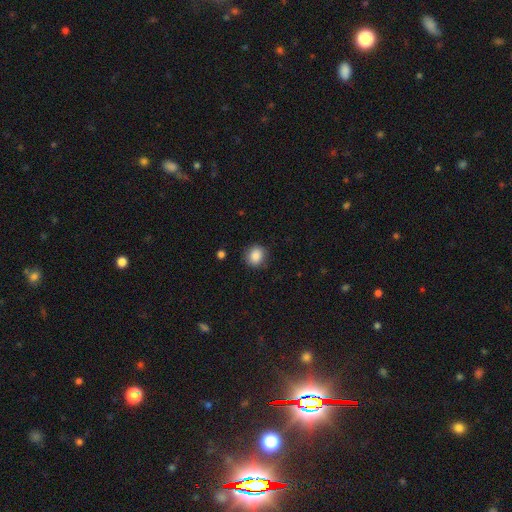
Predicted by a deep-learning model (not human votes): Morphology: type=smooth (87%); roundness=round (75%); merging=none (86%).